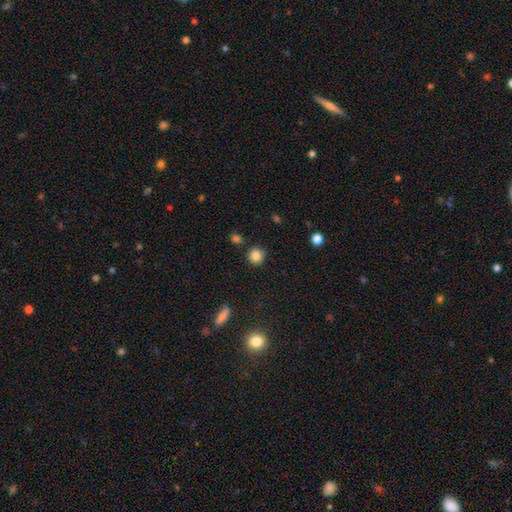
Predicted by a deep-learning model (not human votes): Overall: smooth (84%). How rounded: round (89%). Merging: none (83%).